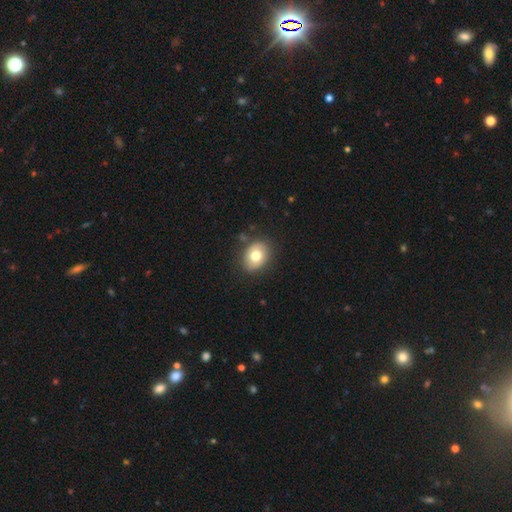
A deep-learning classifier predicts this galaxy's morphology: A smooth galaxy with no disk features (75%) that is in between round and cigar-shaped (60%). Merging: none (83%).